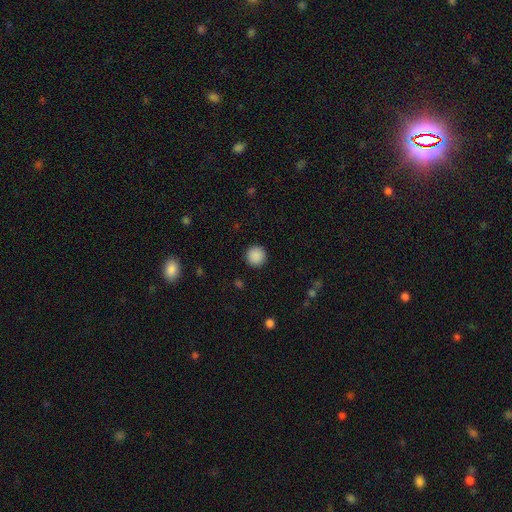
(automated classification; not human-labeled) Overall: smooth (89%). How rounded: round (96%). Merging: none (92%).